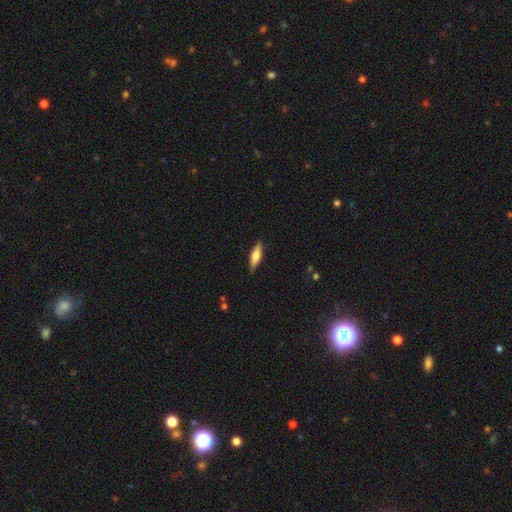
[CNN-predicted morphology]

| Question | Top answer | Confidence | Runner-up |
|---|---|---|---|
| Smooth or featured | smooth | 53% | featured or disk (41%) |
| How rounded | cigar-shaped | 62% | in between (36%) |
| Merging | none | 87% | minor disturbance (10%) |